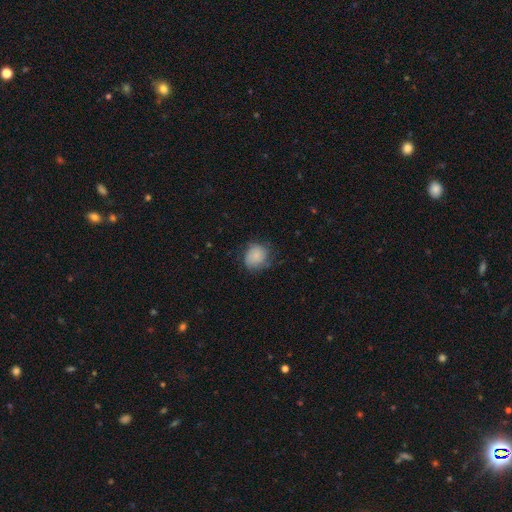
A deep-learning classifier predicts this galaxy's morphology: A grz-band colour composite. It shows a smooth galaxy with no disk features (72%) that is round (72%). Merging: none (63%).